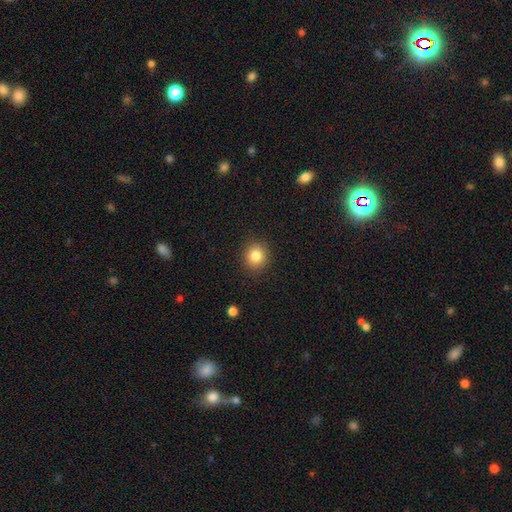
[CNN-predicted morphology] smooth-or-featured: smooth: 83% | star or artifact: 11% | featured or disk: 6%
  how-rounded: round: 87% | in between: 12% | cigar-shaped: 1%
  merging: none: 90% | minor disturbance: 7% | major disturbance: 2% | merger: 1%